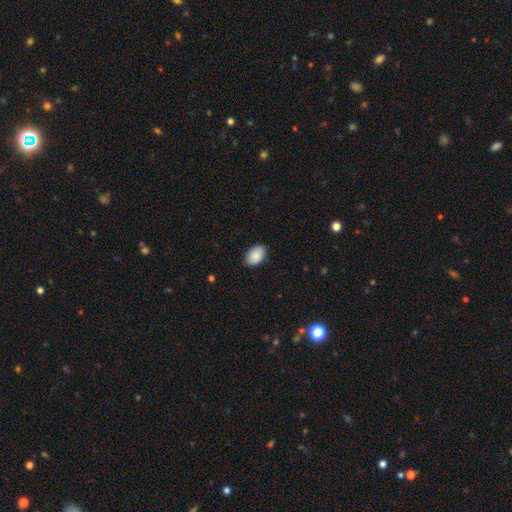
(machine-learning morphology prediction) A smooth galaxy with no disk features (90%) that is in between round and cigar-shaped (90%). Merging: none (86%).